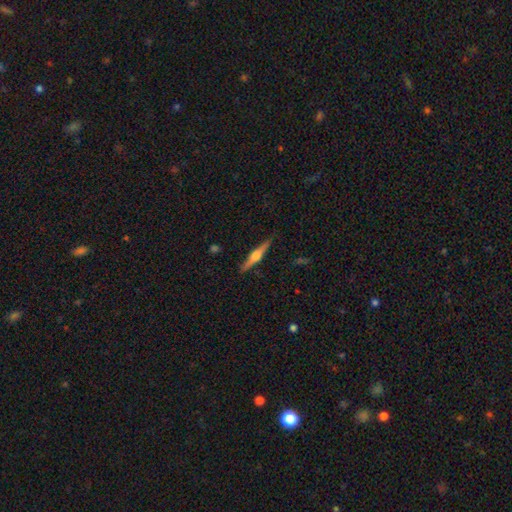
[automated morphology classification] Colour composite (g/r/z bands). It shows a featured or disk galaxy (74%) viewed edge-on (98%) with a rounded central bulge (89%). Merging: none (90%).